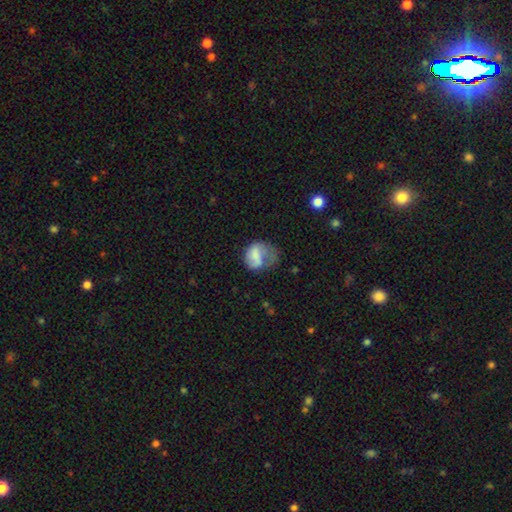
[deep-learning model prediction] Smooth or featured? smooth (61%)
How rounded? round (52%)
Merging? major disturbance (41%)